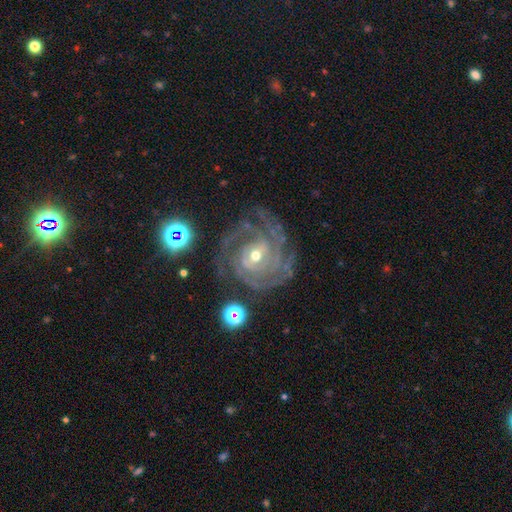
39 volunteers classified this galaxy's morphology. This is clearly a featured or disk galaxy (85%). It is clearly not viewed edge-on (94%). Bar: possibly weak (45%). Spiral arm pattern: clearly yes (97%). Spiral arm count: clearly 3 (80%). Spiral winding: likely tight (77%). Central bulge: clearly moderate (84%). Merging: likely none (72%).